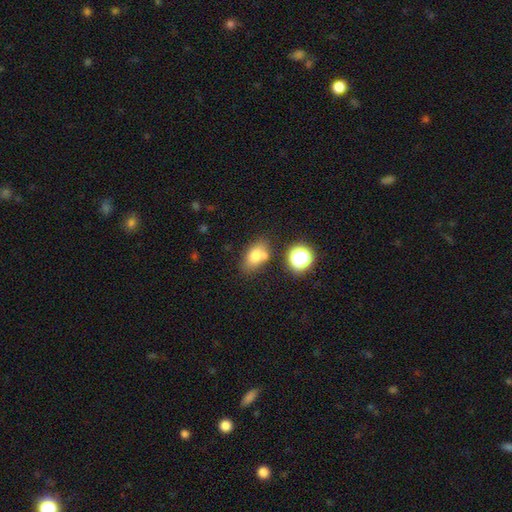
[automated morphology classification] A smooth galaxy with no disk features (75%) that is in between round and cigar-shaped (79%).

Vote fractions:
- Smooth or featured? smooth: 75% / featured or disk: 13% / star or artifact: 12%
- How rounded? in between: 79% / round: 19% / cigar-shaped: 2%
- Merging? none: 62% / merger: 18% / minor disturbance: 15% / major disturbance: 5%